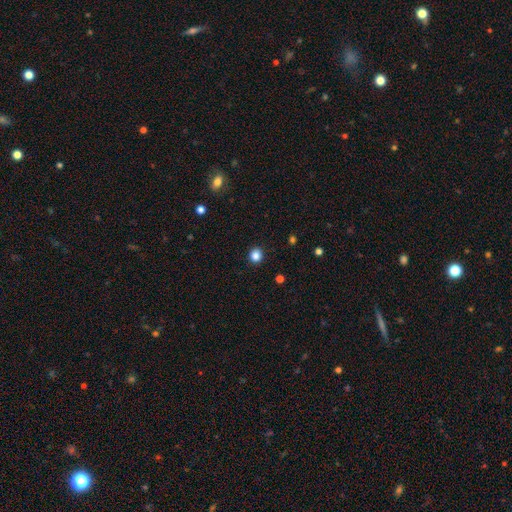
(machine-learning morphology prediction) smooth_or_featured: smooth (p=0.85) [alt: star or artifact p=0.12]
how_rounded: round (p=0.85) [alt: in between p=0.14]
merging: none (p=0.92) [alt: minor disturbance p=0.06]